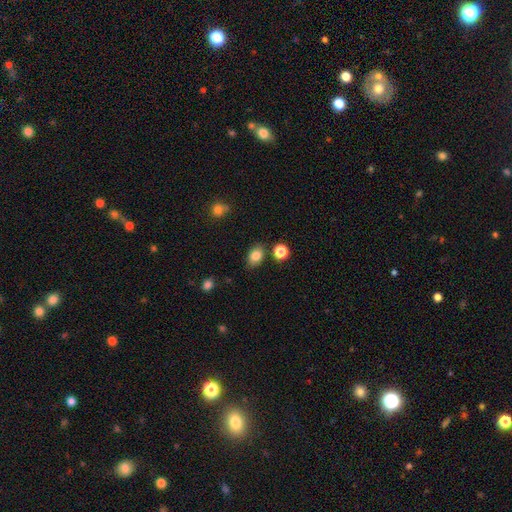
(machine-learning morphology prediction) Q: Smooth or featured?
A: smooth (83%); runner-up: star or artifact (10%)
Q: How rounded?
A: in between (75%); runner-up: round (23%)
Q: Merging?
A: none (80%); runner-up: minor disturbance (12%)